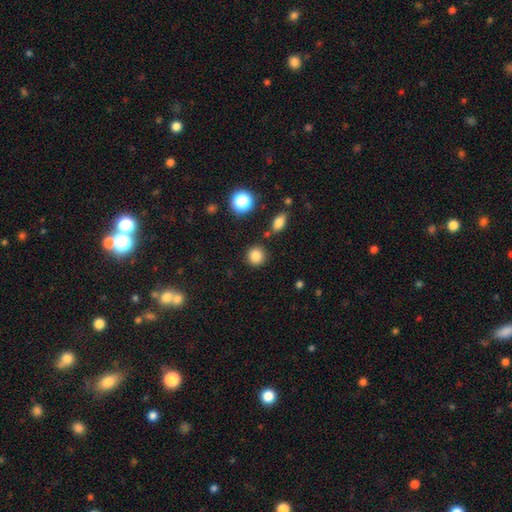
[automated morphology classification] Smooth or featured? Predicted: smooth (p=0.84). How rounded? Predicted: round (p=0.90). Merging? Predicted: none (p=0.85).